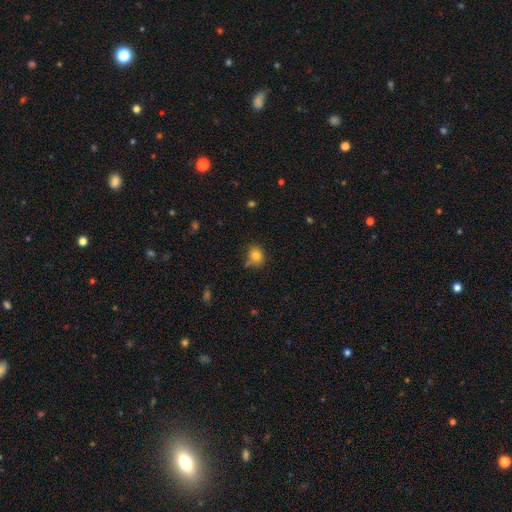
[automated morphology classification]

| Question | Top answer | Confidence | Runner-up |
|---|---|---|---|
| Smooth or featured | smooth | 80% | star or artifact (12%) |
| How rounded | round | 69% | in between (30%) |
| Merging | none | 66% | minor disturbance (21%) |